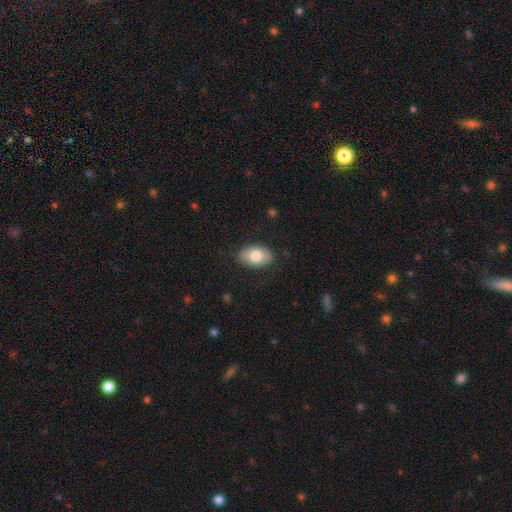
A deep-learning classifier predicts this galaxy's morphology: Q: Smooth or featured?
A: smooth (78%); runner-up: featured or disk (15%)
Q: How rounded?
A: in between (88%); runner-up: round (10%)
Q: Merging?
A: none (83%); runner-up: minor disturbance (13%)